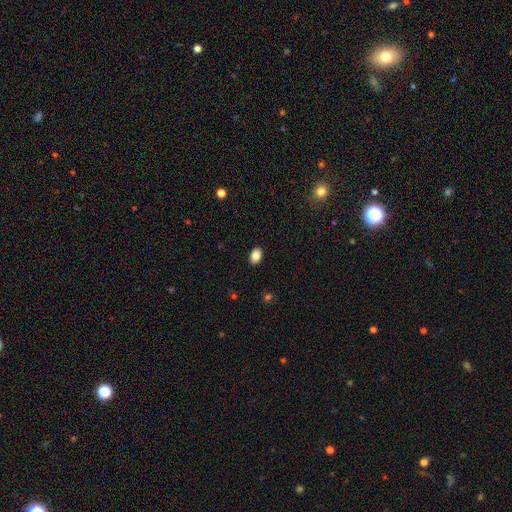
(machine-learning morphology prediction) A smooth galaxy with no disk features (87%) that is in between round and cigar-shaped (87%).

Vote fractions:
- Smooth or featured? smooth: 87% / star or artifact: 8% / featured or disk: 5%
- How rounded? in between: 87% / round: 11% / cigar-shaped: 1%
- Merging? none: 90% / minor disturbance: 7% / major disturbance: 2% / merger: 1%